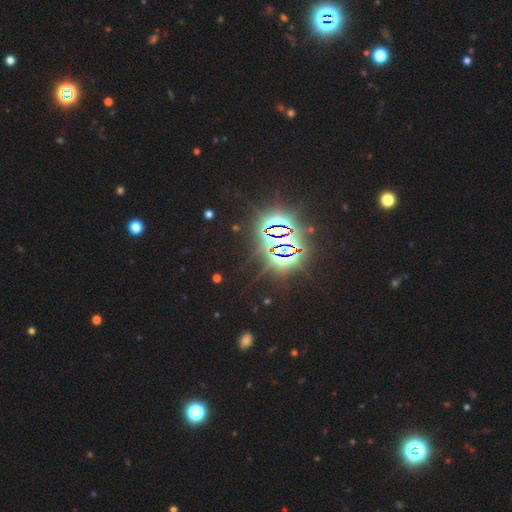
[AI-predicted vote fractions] star or artifact 77%, smooth 13%, featured or disk 10%.